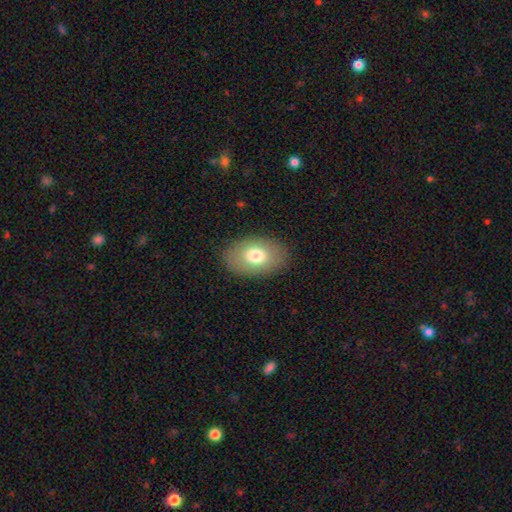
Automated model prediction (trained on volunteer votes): Smooth or featured? smooth (74%)
How rounded? in between (84%)
Merging? none (86%)